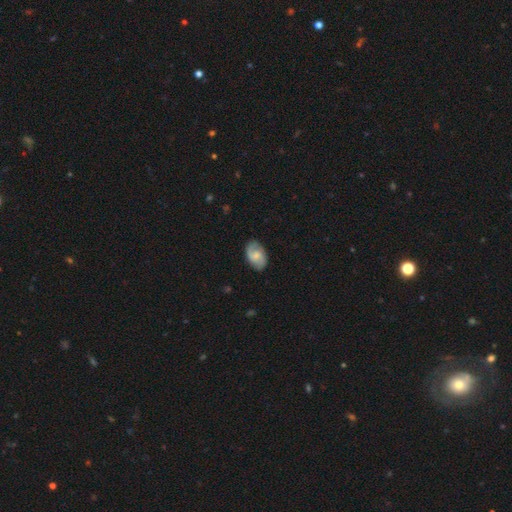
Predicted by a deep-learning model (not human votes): The model was most divided on "bulge size" (2-way tie): small: 37%, moderate: 37%, none: 19%, large: 6%, dominant: 1%. Remaining: edge-on disk — no (96%); spiral arms — yes (90%); merging — none (80%); smooth or featured — featured or disk (54%); bar — no (48%).